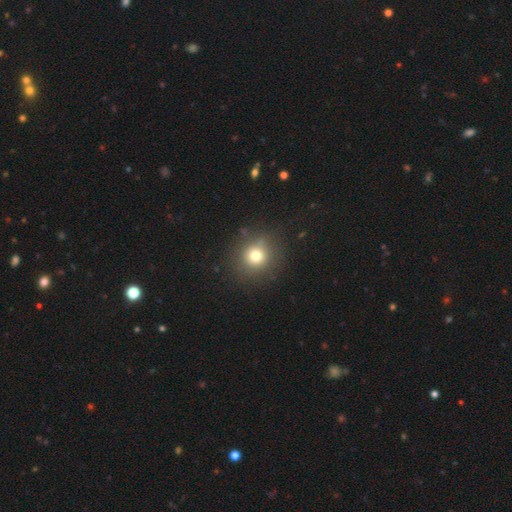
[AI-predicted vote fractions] The model was most divided on "smooth or featured": smooth: 75%, star or artifact: 15%, featured or disk: 10%. More confident: how rounded — round (91%); merging — none (86%).